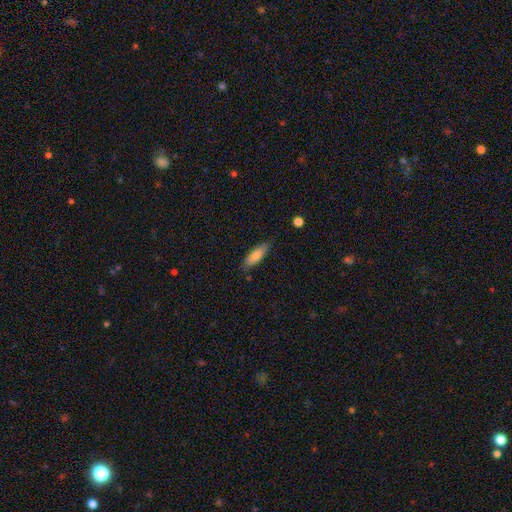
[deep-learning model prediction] Smooth or featured?
  - smooth: 80% *
  - featured or disk: 14%
  - star or artifact: 6%
How rounded?
  - in between: 53% *
  - cigar-shaped: 45%
  - round: 2%
Merging?
  - none: 80% *
  - minor disturbance: 15%
  - major disturbance: 3%
  - merger: 2%